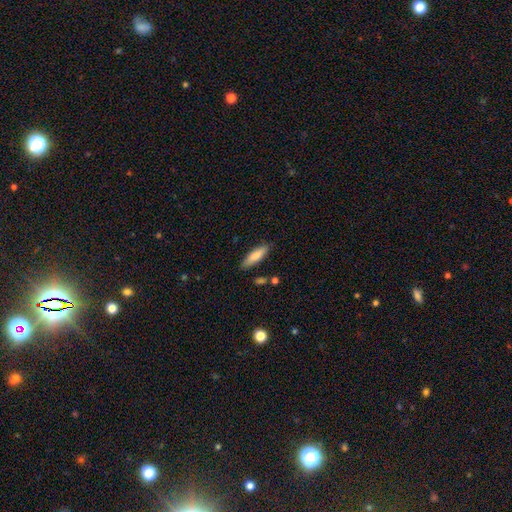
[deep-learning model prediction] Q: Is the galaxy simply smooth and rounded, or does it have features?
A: smooth — 77%.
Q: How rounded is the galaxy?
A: cigar-shaped — 59%.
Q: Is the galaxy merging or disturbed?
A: none — 84%.